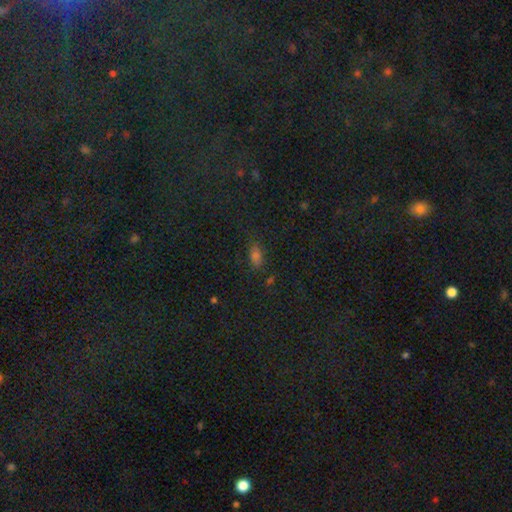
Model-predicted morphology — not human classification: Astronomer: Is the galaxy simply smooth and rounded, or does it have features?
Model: smooth — 65%.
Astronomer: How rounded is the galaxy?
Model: in between — 80%.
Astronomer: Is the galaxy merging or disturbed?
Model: none — 73%.